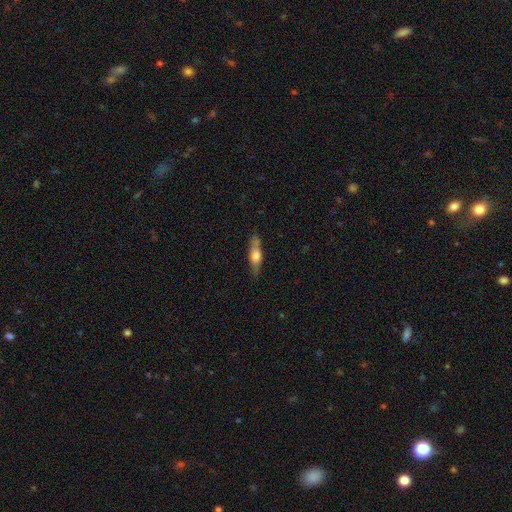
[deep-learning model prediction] This is possibly a smooth galaxy (55%). How rounded: likely cigar-shaped (60%). Merging: likely none (71%).